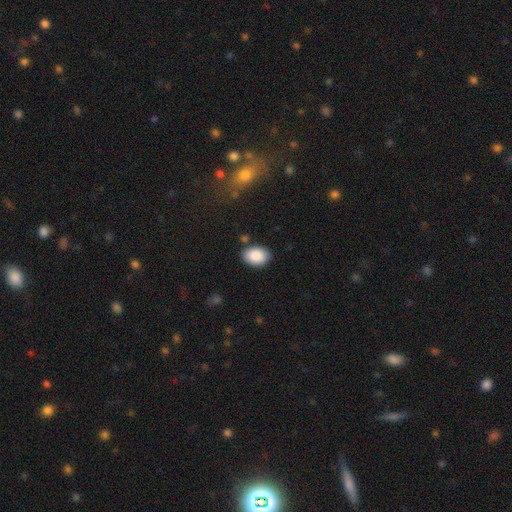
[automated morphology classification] This is clearly a smooth galaxy (89%). How rounded: clearly in between (83%). Merging: clearly none (84%).